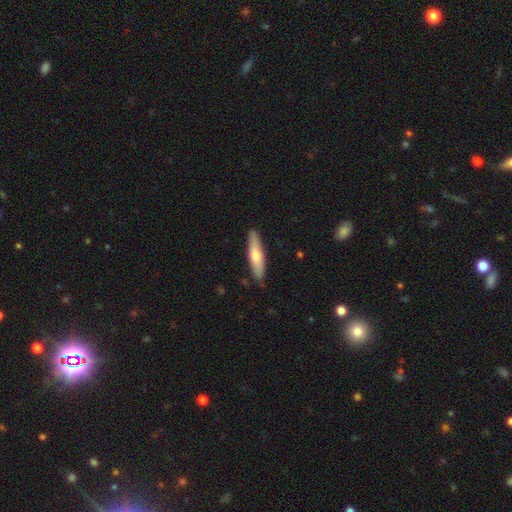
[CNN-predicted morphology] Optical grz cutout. It shows a smooth galaxy with no disk features (61%) that is cigar-shaped (77%). Merging: none (88%).